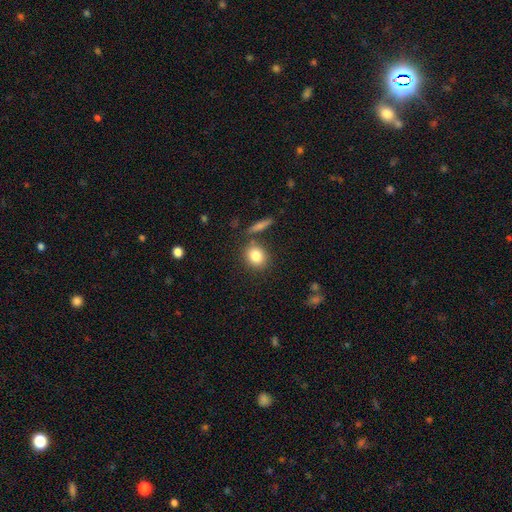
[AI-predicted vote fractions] Morphology: type=smooth (82%); roundness=round (65%); merging=none (77%).